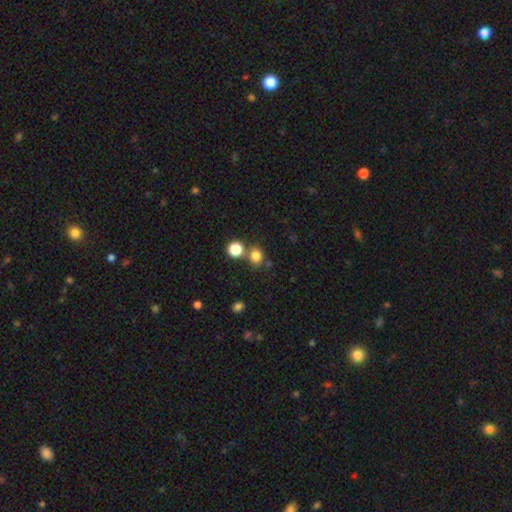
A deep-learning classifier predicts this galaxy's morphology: A smooth galaxy with no disk features (79%) that is round (72%). Merging: none (64%).